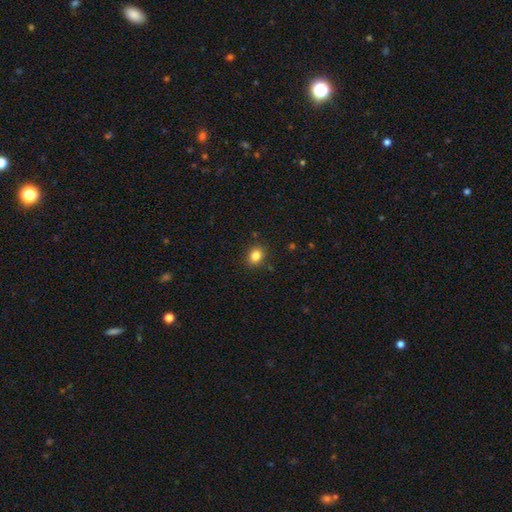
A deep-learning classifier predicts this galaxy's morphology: smooth-or-featured: smooth: 83% | star or artifact: 11% | featured or disk: 5%
  how-rounded: round: 56% | in between: 43% | cigar-shaped: 1%
  merging: none: 87% | minor disturbance: 9% | major disturbance: 2% | merger: 2%